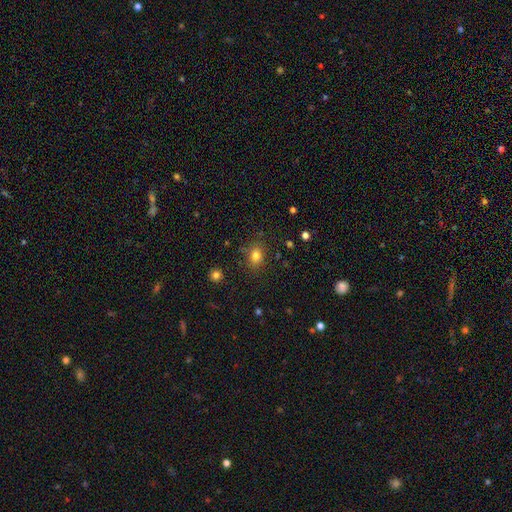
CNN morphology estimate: Q: Smooth or featured?
A: smooth (79%); runner-up: star or artifact (14%)
Q: How rounded?
A: in between (56%); runner-up: round (42%)
Q: Merging?
A: none (81%); runner-up: minor disturbance (13%)